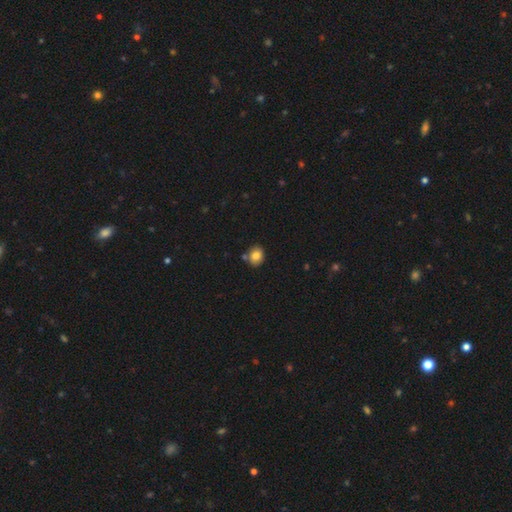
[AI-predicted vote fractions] Smooth or featured? Predicted: smooth (p=0.82). How rounded? Predicted: round (p=0.51). Merging? Predicted: none (p=0.75).